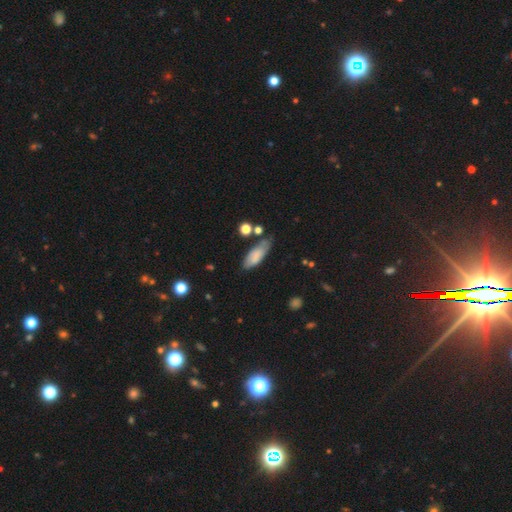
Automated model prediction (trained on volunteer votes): Smooth or featured? smooth (77%)
How rounded? in between (68%)
Merging? none (63%)